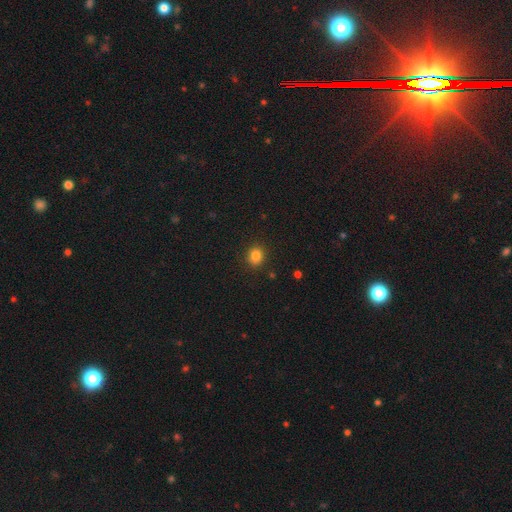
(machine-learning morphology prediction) This appears to be a smooth galaxy with no disk features (83%) that is round (78%). Merging: none (89%).